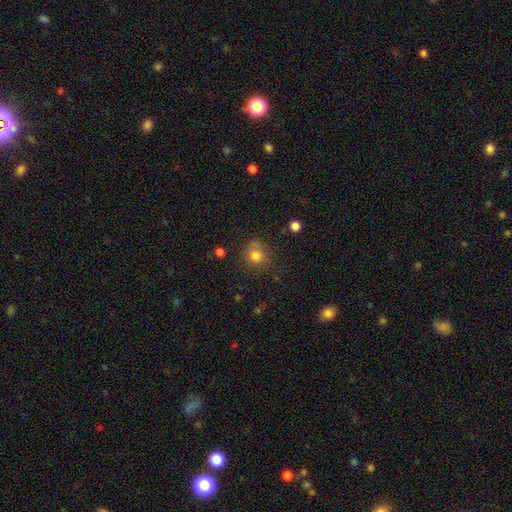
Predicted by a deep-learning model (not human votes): smooth 79%, star or artifact 12%, featured or disk 9%. Down the decision tree: how rounded — round (81%); merging — none (61%).